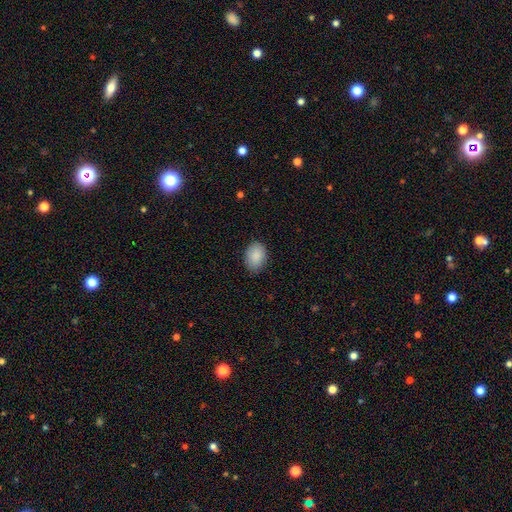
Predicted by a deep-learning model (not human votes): Q: Smooth or featured?
A: smooth (89%); runner-up: star or artifact (7%)
Q: How rounded?
A: in between (78%); runner-up: round (21%)
Q: Merging?
A: none (86%); runner-up: minor disturbance (11%)